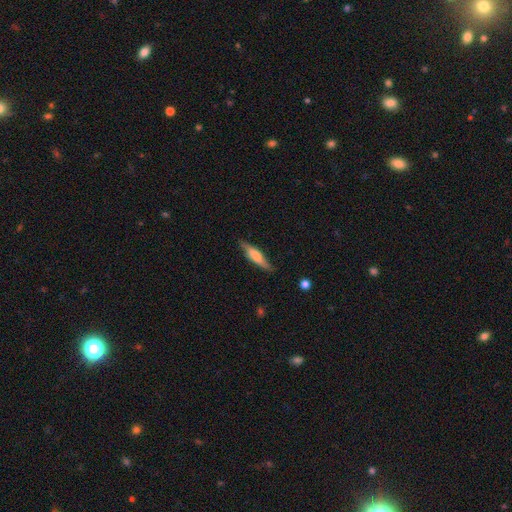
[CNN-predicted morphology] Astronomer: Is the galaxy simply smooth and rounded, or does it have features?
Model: smooth — 52% (runner-up: featured or disk, 42%).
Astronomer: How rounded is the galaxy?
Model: cigar-shaped — 75%.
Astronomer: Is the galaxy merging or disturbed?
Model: none — 80%.